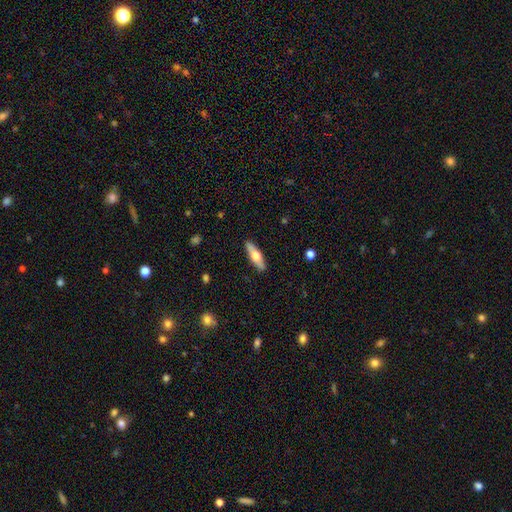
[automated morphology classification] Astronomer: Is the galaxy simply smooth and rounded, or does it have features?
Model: smooth — 52% (runner-up: featured or disk, 43%).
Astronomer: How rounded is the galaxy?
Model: cigar-shaped — 55% (runner-up: in between, 42%).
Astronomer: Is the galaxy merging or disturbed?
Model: none — 89%.